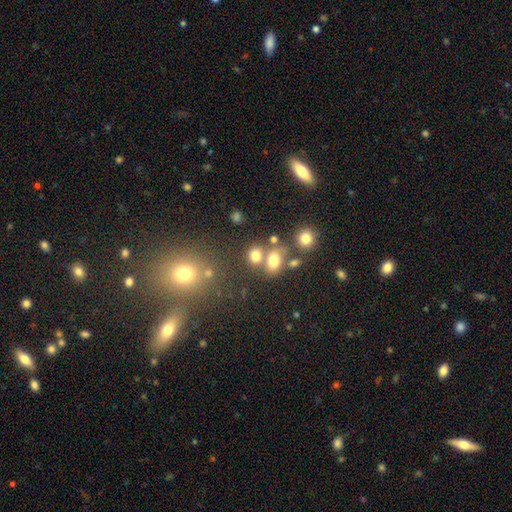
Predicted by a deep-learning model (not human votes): Overall: smooth (73%). How rounded: in between (57%; round 41%). Merging: none (49%; merger 34%).